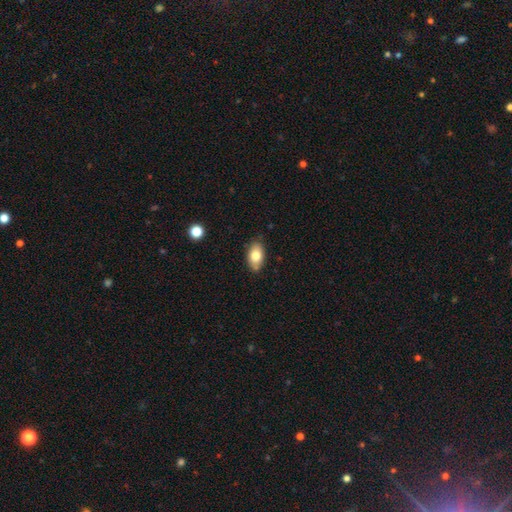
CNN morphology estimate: Smooth or featured: smooth — 80% (featured or disk — 13%)
How rounded: in between — 91% (round — 7%)
Merging: none — 81% (minor disturbance — 15%)